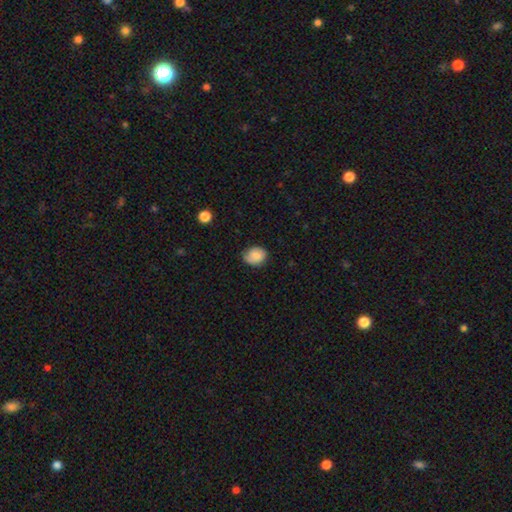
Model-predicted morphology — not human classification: A smooth galaxy with no disk features (75%) that is round (55%). Merging: none (69%).